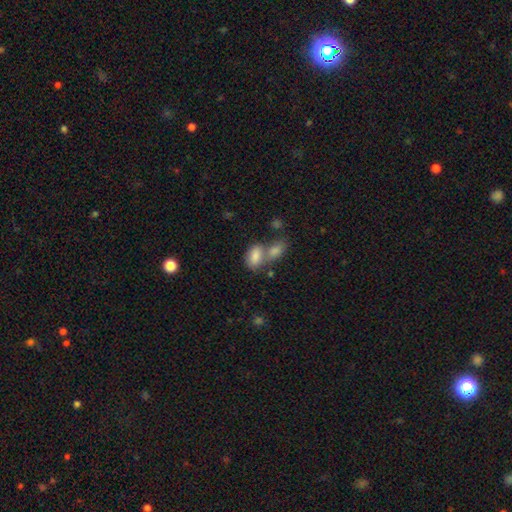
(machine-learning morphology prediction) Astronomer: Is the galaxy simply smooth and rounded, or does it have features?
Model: smooth — 82%.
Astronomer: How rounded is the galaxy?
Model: in between — 89%.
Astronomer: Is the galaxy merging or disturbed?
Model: merger — 55% (runner-up: none, 31%).